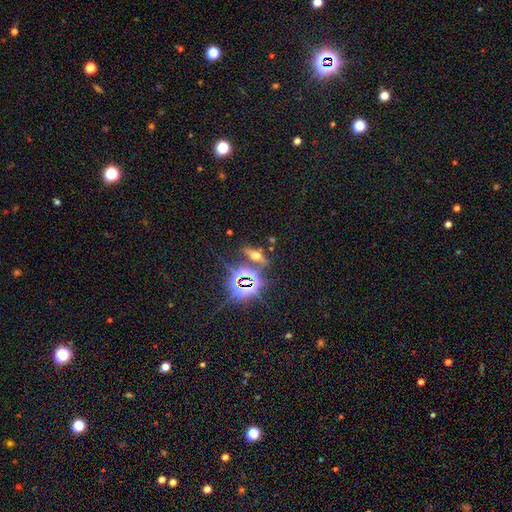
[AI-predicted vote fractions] smooth_or_featured: star or artifact (p=0.41) [alt: featured or disk p=0.30]